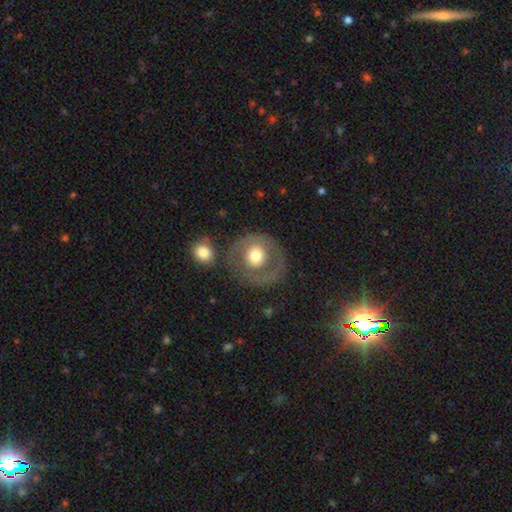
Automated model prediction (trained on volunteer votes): The model was most divided on "smooth or featured": smooth: 51%, featured or disk: 42%, star or artifact: 6%. More confident: how rounded — round (87%); merging — none (68%).